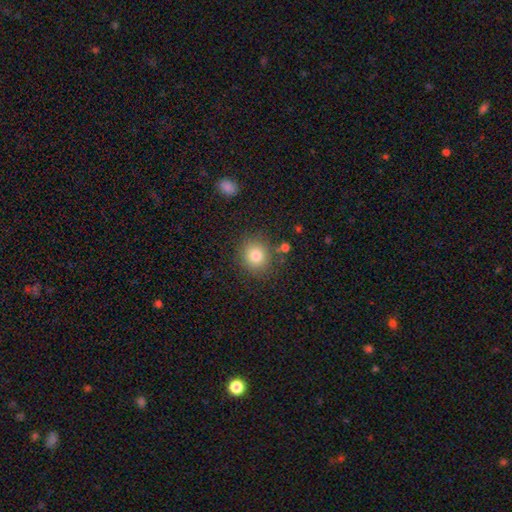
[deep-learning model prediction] A smooth galaxy with no disk features (80%) that is round (83%).

Vote fractions:
- Smooth or featured? smooth: 80% / star or artifact: 12% / featured or disk: 8%
- How rounded? round: 83% / in between: 16% / cigar-shaped: 1%
- Merging? none: 84% / minor disturbance: 9% / merger: 3% / major disturbance: 3%